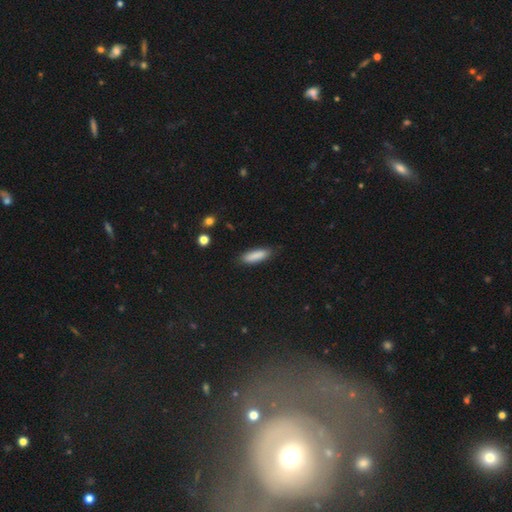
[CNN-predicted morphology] The model was most divided on "how rounded": cigar-shaped: 54%, in between: 45%, round: 2%. More confident: smooth or featured — smooth (87%); merging — none (82%).